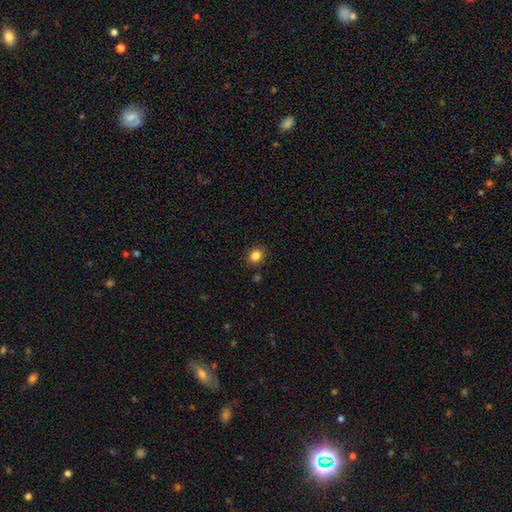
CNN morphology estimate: Smooth or featured?
  - smooth: 84% *
  - star or artifact: 12%
  - featured or disk: 4%
How rounded?
  - round: 77% *
  - in between: 22%
  - cigar-shaped: 1%
Merging?
  - none: 87% *
  - minor disturbance: 8%
  - merger: 3%
  - major disturbance: 2%